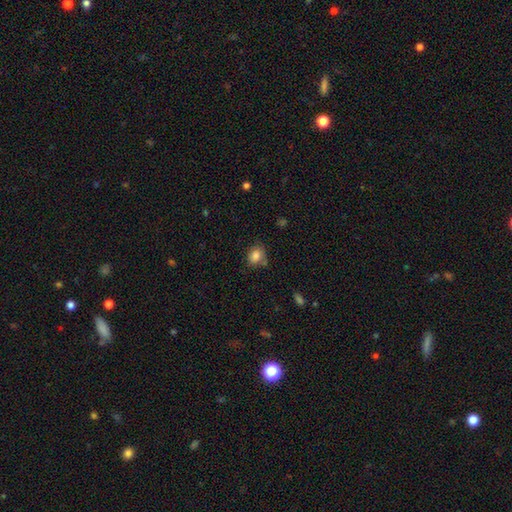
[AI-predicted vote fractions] smooth-or-featured: smooth: 83% | star or artifact: 9% | featured or disk: 7%
  how-rounded: in between: 50% | round: 49% | cigar-shaped: 1%
  merging: none: 71% | minor disturbance: 19% | merger: 6% | major disturbance: 4%